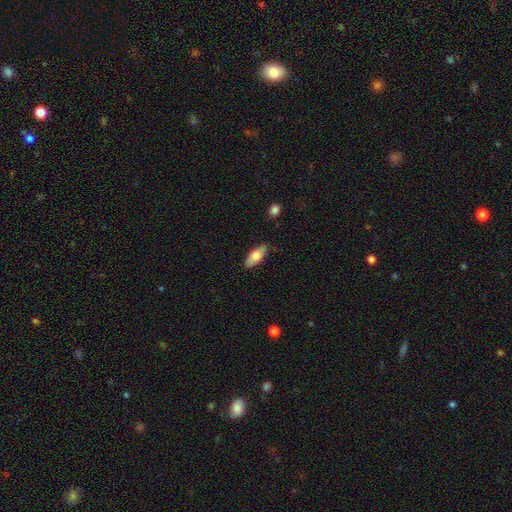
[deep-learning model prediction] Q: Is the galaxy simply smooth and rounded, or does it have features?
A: smooth — 69%.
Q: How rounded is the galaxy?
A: in between — 75%.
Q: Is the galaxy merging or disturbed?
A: none — 85%.